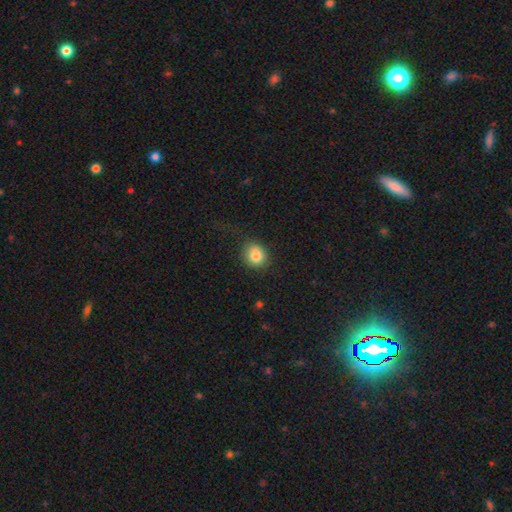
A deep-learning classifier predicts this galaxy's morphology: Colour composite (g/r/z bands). It shows a smooth galaxy with no disk features (83%) that is round (70%). Merging: none (68%).